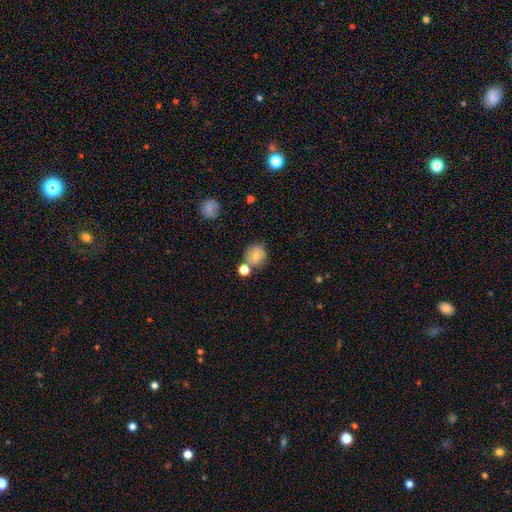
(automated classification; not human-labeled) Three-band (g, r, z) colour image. It shows a smooth galaxy with no disk features (74%) that is round (84%). Merging: none (65%).